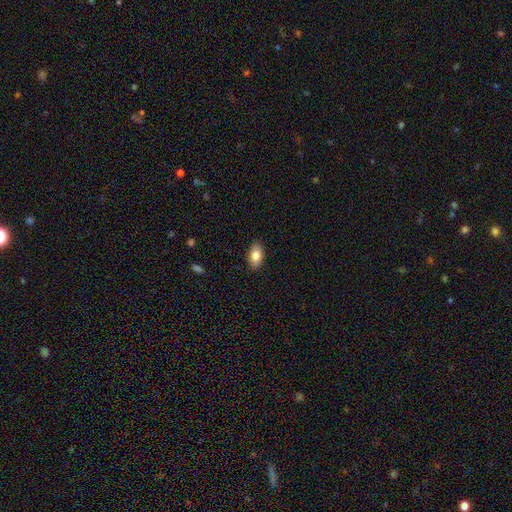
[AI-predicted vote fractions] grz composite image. It shows a smooth galaxy with no disk features (82%) that is in between round and cigar-shaped (93%). Merging: none (89%).